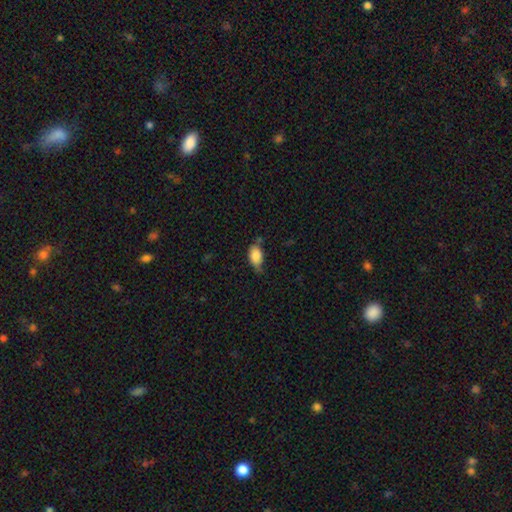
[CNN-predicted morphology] This is clearly a smooth galaxy (84%). How rounded: clearly in between (87%). Merging: possibly none (47%).